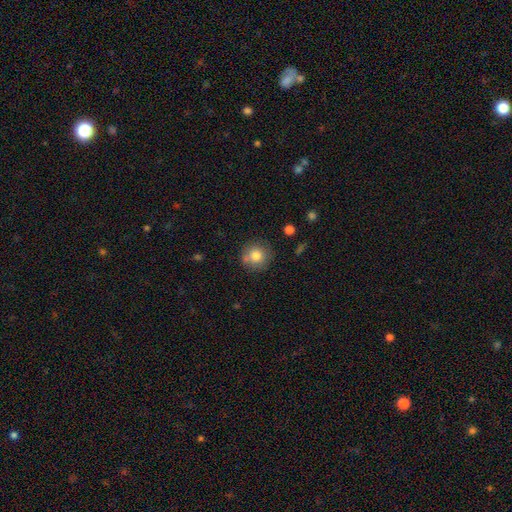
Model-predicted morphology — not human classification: Smooth or featured?
  - smooth: 79% *
  - featured or disk: 11%
  - star or artifact: 10%
How rounded?
  - round: 93% *
  - in between: 6%
  - cigar-shaped: 1%
Merging?
  - none: 76% *
  - minor disturbance: 12%
  - merger: 8%
  - major disturbance: 3%